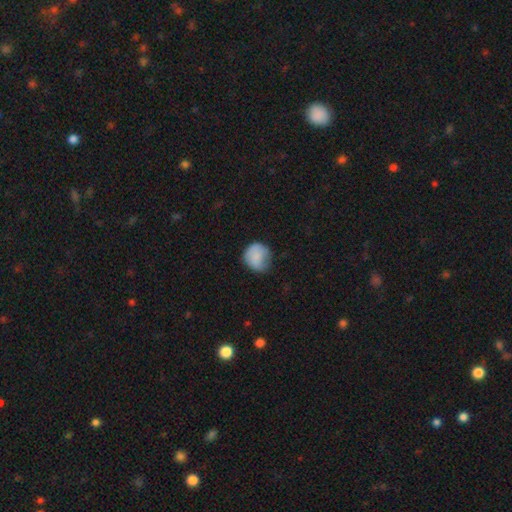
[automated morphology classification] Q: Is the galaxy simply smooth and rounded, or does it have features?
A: smooth — 79%.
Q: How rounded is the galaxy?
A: round — 84%.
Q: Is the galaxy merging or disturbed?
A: none — 59%.